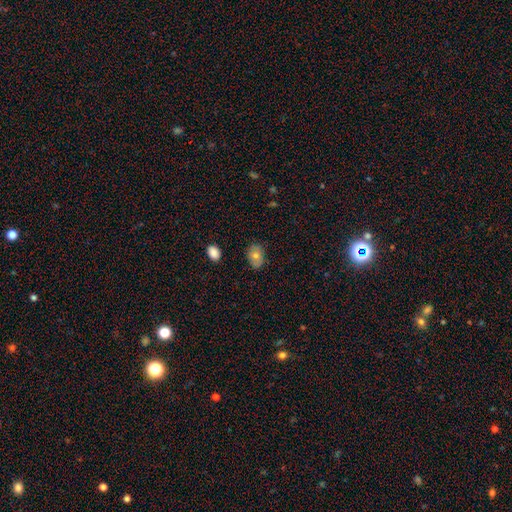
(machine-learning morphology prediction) This is likely a smooth galaxy (68%). How rounded: clearly in between (81%). Merging: likely none (78%).